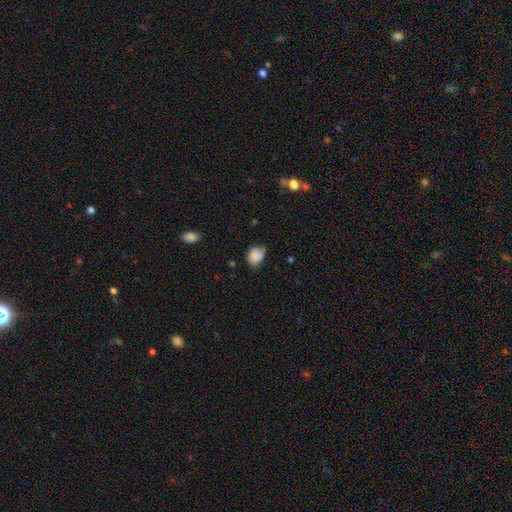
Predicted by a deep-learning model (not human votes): smooth-or-featured: smooth: 83% | star or artifact: 9% | featured or disk: 8%
  how-rounded: in between: 54% | round: 45% | cigar-shaped: 1%
  merging: none: 55% | minor disturbance: 35% | major disturbance: 7% | merger: 2%